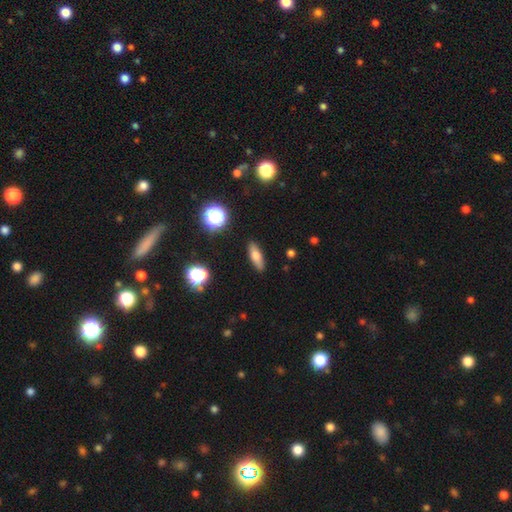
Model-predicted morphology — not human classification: smooth_or_featured: smooth (p=0.67) [alt: featured or disk p=0.23]
how_rounded: in between (p=0.53) [alt: cigar-shaped p=0.41]
merging: none (p=0.88) [alt: minor disturbance p=0.08]